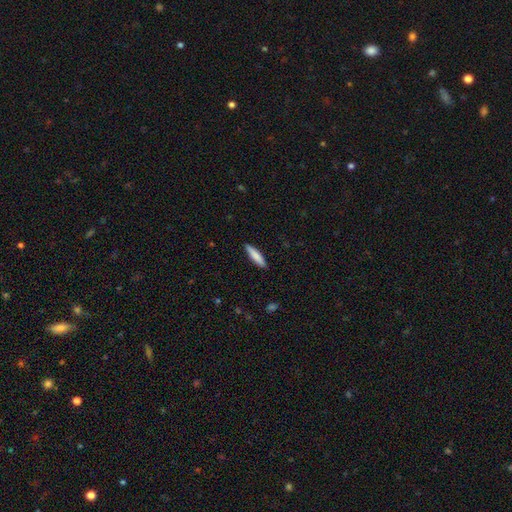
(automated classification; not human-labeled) The model was most divided on "smooth or featured": smooth: 81%, featured or disk: 14%, star or artifact: 5%. More confident: merging — none (89%); how rounded — cigar-shaped (84%).